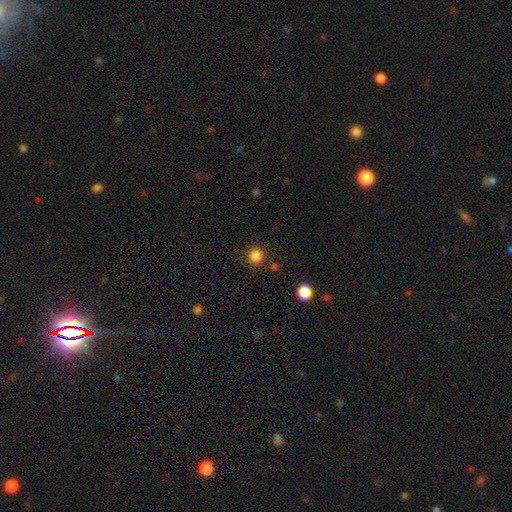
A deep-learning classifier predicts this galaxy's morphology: smooth 84%, star or artifact 12%, featured or disk 3%. Down the decision tree: how rounded — round (93%); merging — none (87%).